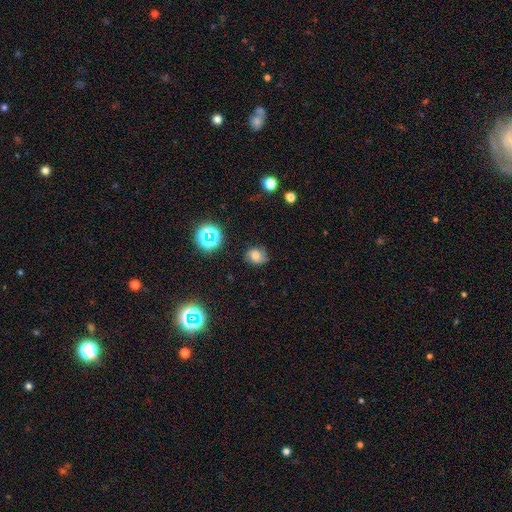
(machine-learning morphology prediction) A smooth galaxy with no disk features (54%) that is round (66%).

Vote fractions:
- Smooth or featured? smooth: 54% / featured or disk: 27% / star or artifact: 19%
- How rounded? round: 66% / in between: 33% / cigar-shaped: 1%
- Merging? none: 71% / minor disturbance: 21% / major disturbance: 7% / merger: 2%